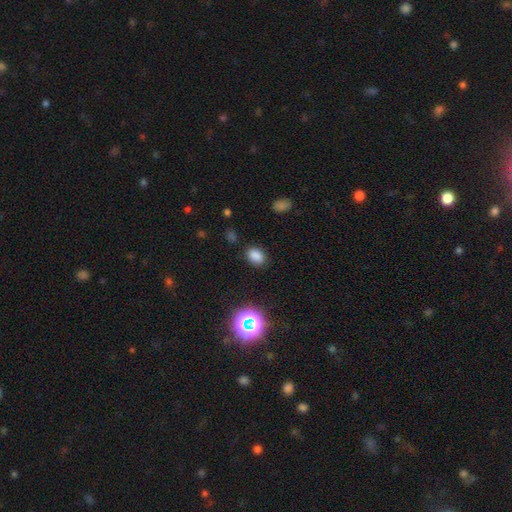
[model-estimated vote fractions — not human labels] A smooth galaxy with no disk features (80%) that is in between round and cigar-shaped (76%).

Vote fractions:
- Smooth or featured? smooth: 80% / star or artifact: 15% / featured or disk: 5%
- How rounded? in between: 76% / round: 23% / cigar-shaped: 1%
- Merging? none: 85% / minor disturbance: 10% / major disturbance: 3% / merger: 2%